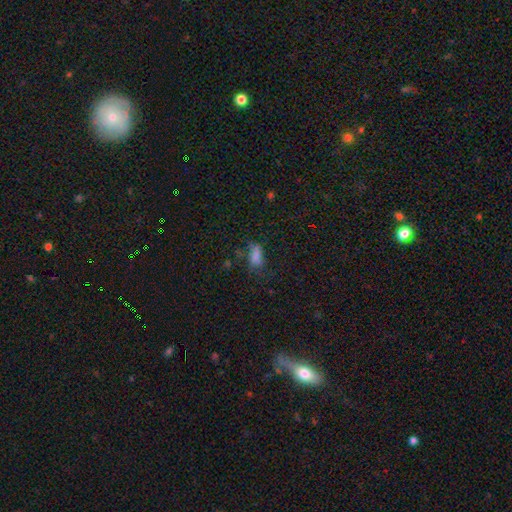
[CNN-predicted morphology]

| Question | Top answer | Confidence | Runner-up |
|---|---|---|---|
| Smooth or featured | smooth | 65% | star or artifact (21%) |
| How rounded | in between | 79% | cigar-shaped (15%) |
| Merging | none | 41% | major disturbance (28%) |